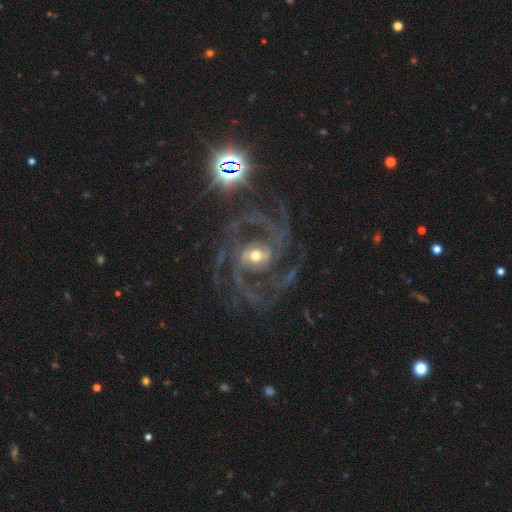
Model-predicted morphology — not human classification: Smooth or featured: featured or disk — 91% (star or artifact — 6%)
Edge-on disk: no — 98% (yes — 2%)
Bar: weak — 42% (strong — 32%)
Spiral arms: yes — 97% (no — 3%)
Spiral winding: medium — 49% (tight — 30%)
Spiral arm count: 2 — 37% (3 — 18%)
Bulge size: moderate — 57% (small — 34%)
Merging: none — 63% (major disturbance — 19%)